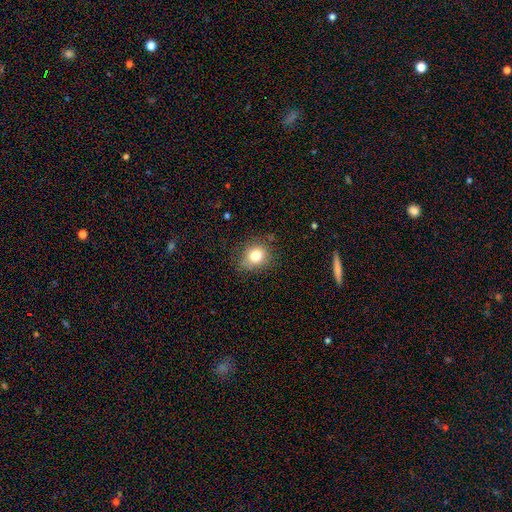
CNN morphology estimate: Smooth or featured: smooth — 79% (star or artifact — 12%)
How rounded: round — 72% (in between — 27%)
Merging: none — 76% (minor disturbance — 17%)